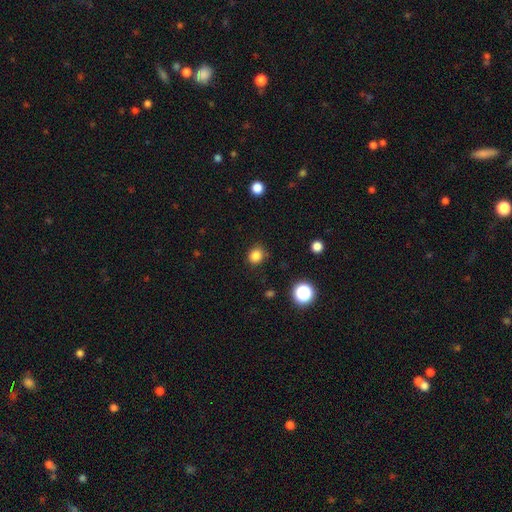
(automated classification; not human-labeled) Smooth or featured? Predicted: smooth (p=0.83). How rounded? Predicted: round (p=0.72). Merging? Predicted: none (p=0.85).